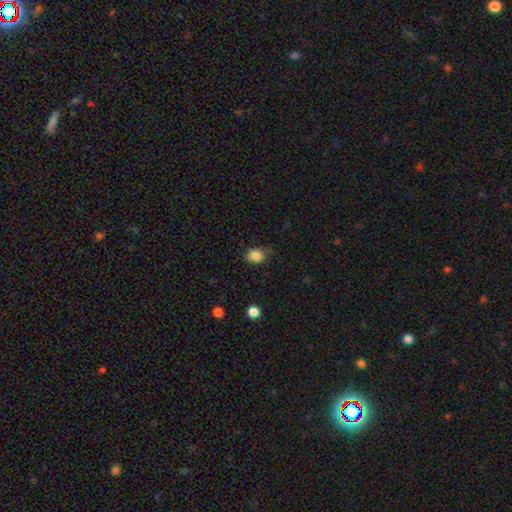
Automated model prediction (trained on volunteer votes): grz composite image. It shows a smooth galaxy with no disk features (86%) that is round (50%). Merging: none (71%).